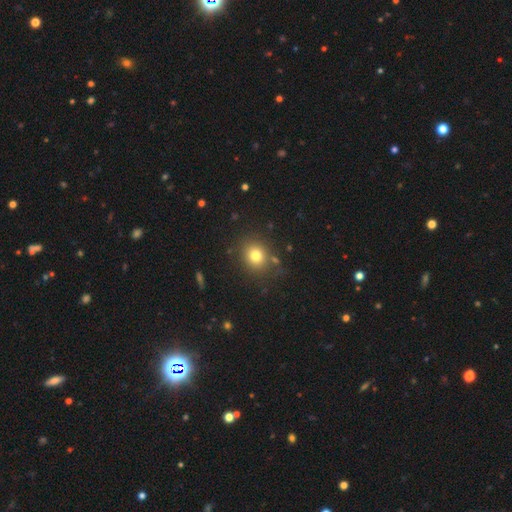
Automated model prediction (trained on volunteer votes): smooth 78%, star or artifact 14%, featured or disk 9%. Down the decision tree: how rounded — round (77%); merging — none (81%).